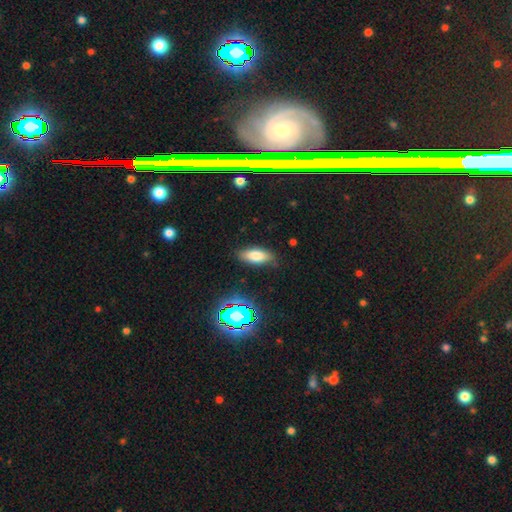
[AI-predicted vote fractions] smooth-or-featured: smooth: 74% | featured or disk: 14% | star or artifact: 11%
  how-rounded: in between: 77% | cigar-shaped: 21% | round: 3%
  merging: none: 82% | minor disturbance: 13% | major disturbance: 3% | merger: 2%